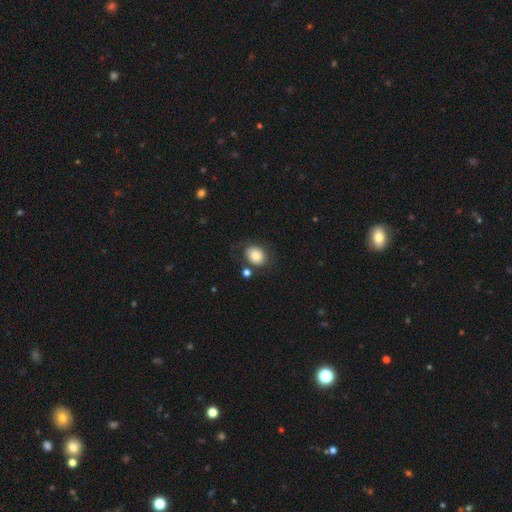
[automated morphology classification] Smooth or featured: smooth — 82% (featured or disk — 10%)
How rounded: in between — 51% (round — 49%)
Merging: none — 67% (minor disturbance — 17%)